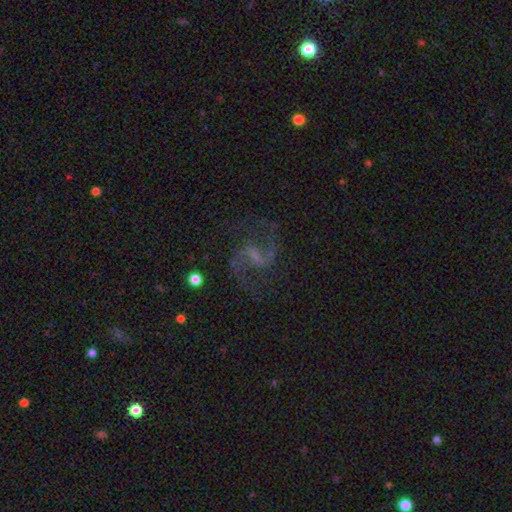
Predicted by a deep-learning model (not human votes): Morphology: type=featured or disk (88%); edge-on=no (98%); bar=weak (51%); spiral arms=yes (97%); winding=medium (48%); arm count=2 (94%); bulge=none (54%); merging=none (77%).